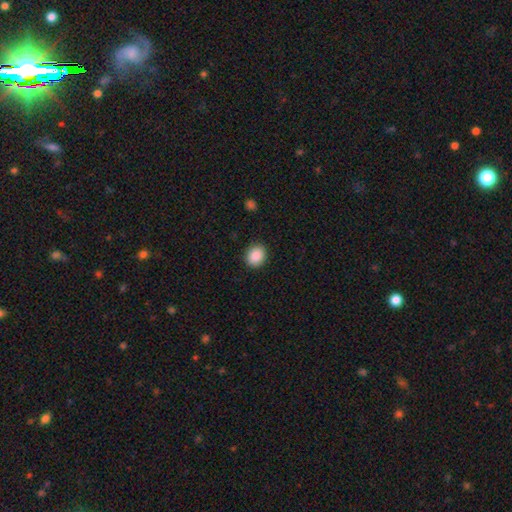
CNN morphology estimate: A smooth galaxy with no disk features (89%) that is round (59%). Merging: none (89%).